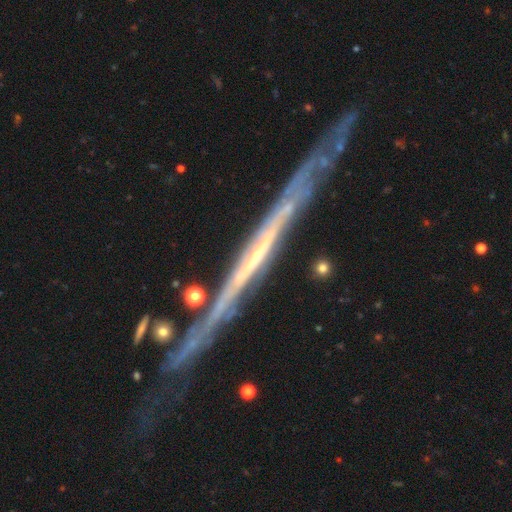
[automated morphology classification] This appears to be a featured or disk galaxy (82%) viewed edge-on (90%) with no central bulge (80%). Merging: none (69%).